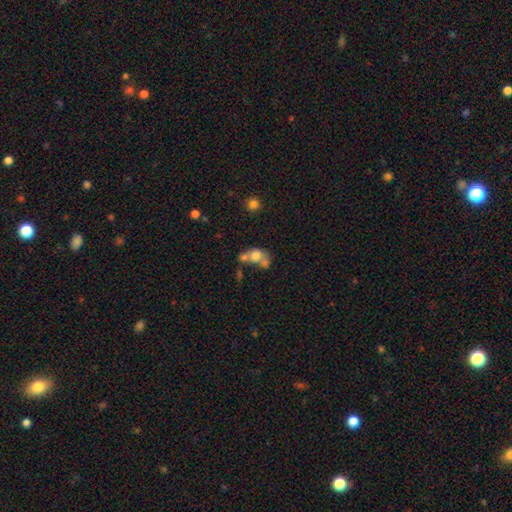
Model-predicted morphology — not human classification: A smooth galaxy with no disk features (63%) that is in between round and cigar-shaped (62%).

Vote fractions:
- Smooth or featured? smooth: 63% / featured or disk: 26% / star or artifact: 11%
- How rounded? in between: 62% / round: 36% / cigar-shaped: 2%
- Merging? merger: 57% / none: 19% / major disturbance: 12% / minor disturbance: 11%